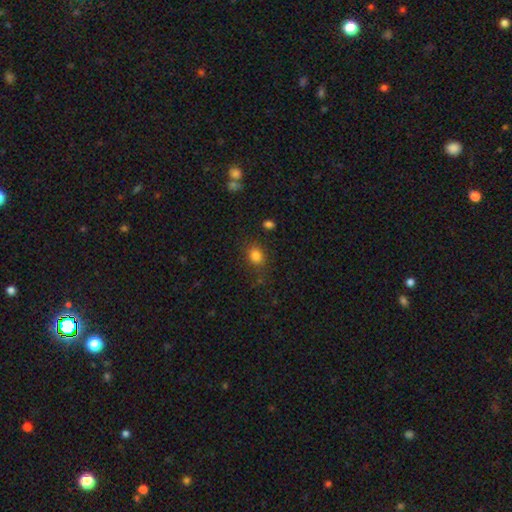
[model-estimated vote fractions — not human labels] A smooth galaxy with no disk features (82%) that is round (50%).

Vote fractions:
- Smooth or featured? smooth: 82% / star or artifact: 12% / featured or disk: 6%
- How rounded? round: 50% / in between: 49% / cigar-shaped: 1%
- Merging? none: 80% / minor disturbance: 13% / major disturbance: 4% / merger: 3%